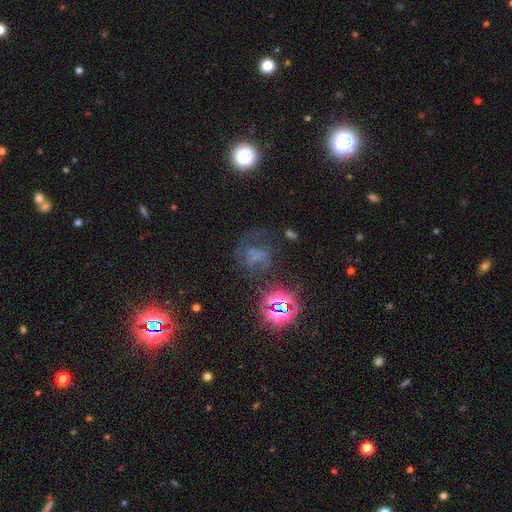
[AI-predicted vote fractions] Q: Smooth or featured?
A: star or artifact (39%); runner-up: featured or disk (32%)